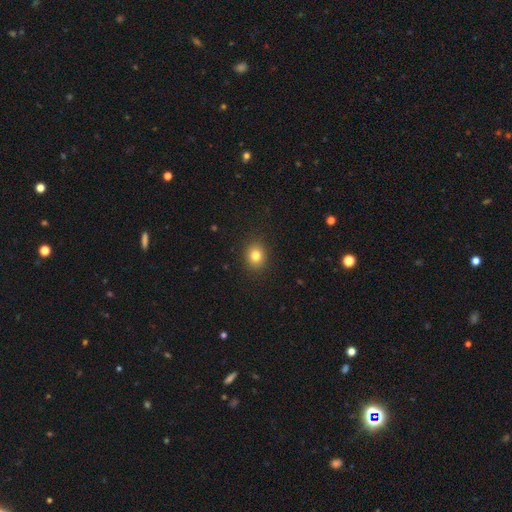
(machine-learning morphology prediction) Smooth or featured? smooth (81%)
How rounded? round (61%)
Merging? none (89%)